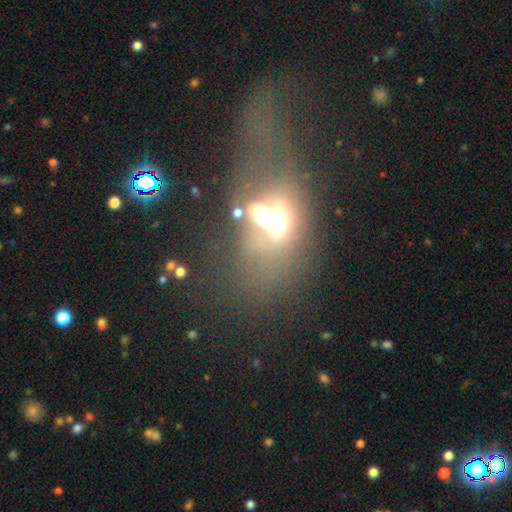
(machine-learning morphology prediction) smooth 37%, featured or disk 35%, star or artifact 29%. Down the decision tree: merging — merger (36%).